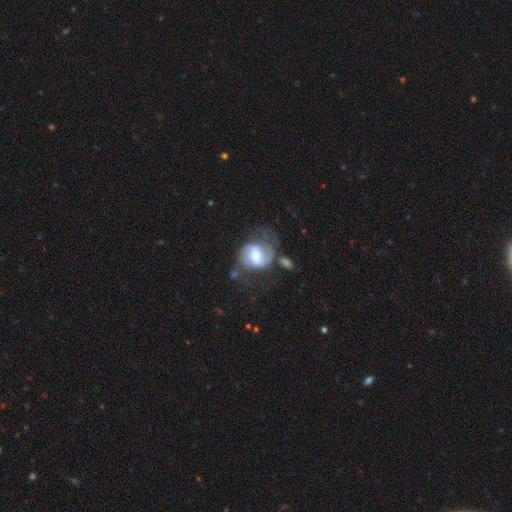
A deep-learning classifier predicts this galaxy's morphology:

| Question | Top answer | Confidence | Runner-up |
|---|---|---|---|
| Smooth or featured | featured or disk | 63% | smooth (30%) |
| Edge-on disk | no | 97% | yes (3%) |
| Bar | weak | 49% | no (29%) |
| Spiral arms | yes | 83% | no (17%) |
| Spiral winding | medium | 45% | loose (34%) |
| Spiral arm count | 2 | 78% | can't tell (11%) |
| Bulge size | moderate | 41% | large (28%) |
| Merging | none | 37% | major disturbance (29%) |